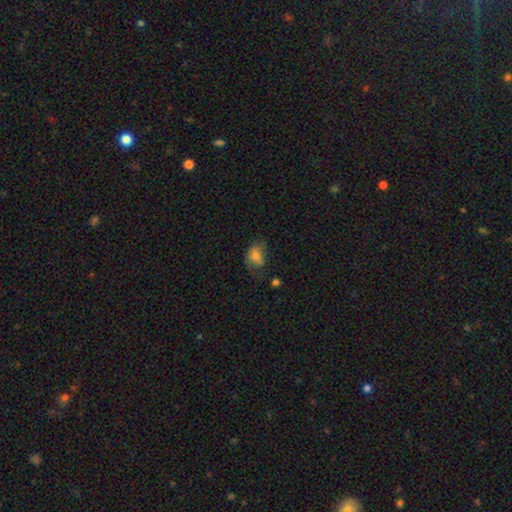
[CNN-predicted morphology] smooth 70%, featured or disk 21%, star or artifact 10%. Down the decision tree: how rounded — in between (73%); merging — none (42%).